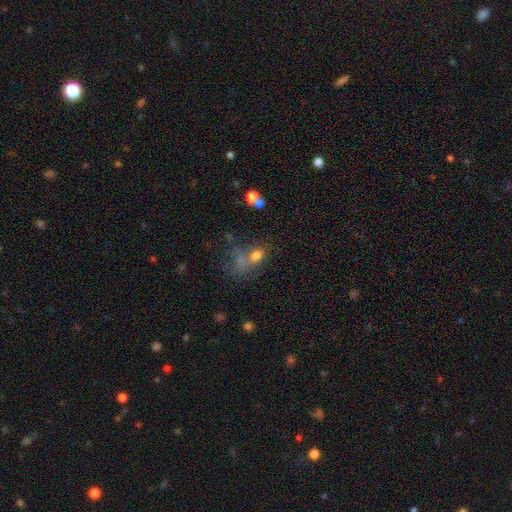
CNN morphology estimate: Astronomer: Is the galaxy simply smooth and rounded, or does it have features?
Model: smooth — 65%.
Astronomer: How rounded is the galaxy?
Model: in between — 72%.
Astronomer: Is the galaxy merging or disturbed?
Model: none — 35% (runner-up: merger, 27%).